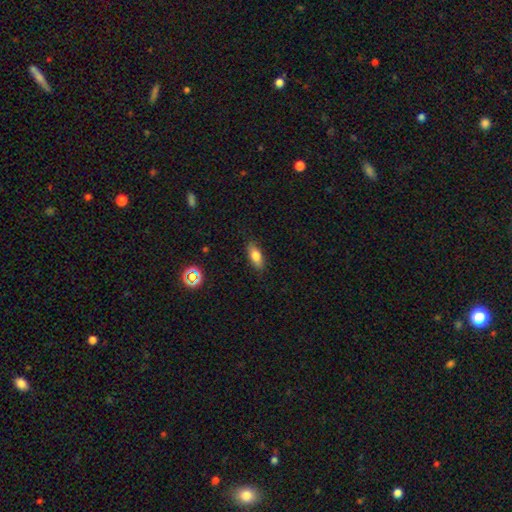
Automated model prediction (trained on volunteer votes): A smooth galaxy with no disk features (79%) that is in between round and cigar-shaped (78%). Merging: none (86%).